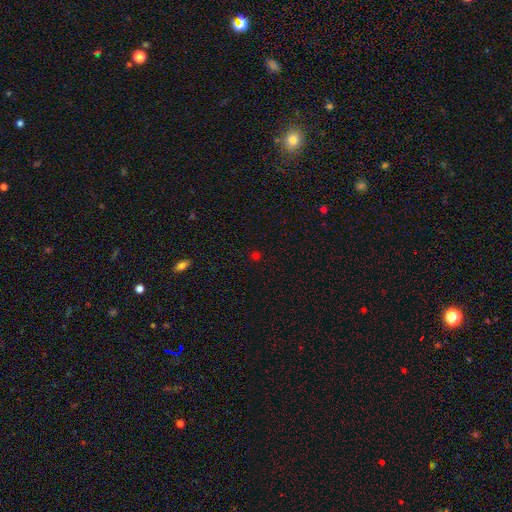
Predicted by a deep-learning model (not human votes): Q: Smooth or featured?
A: smooth (58%); runner-up: star or artifact (37%)
Q: How rounded?
A: round (90%); runner-up: in between (9%)
Q: Merging?
A: none (87%); runner-up: minor disturbance (8%)